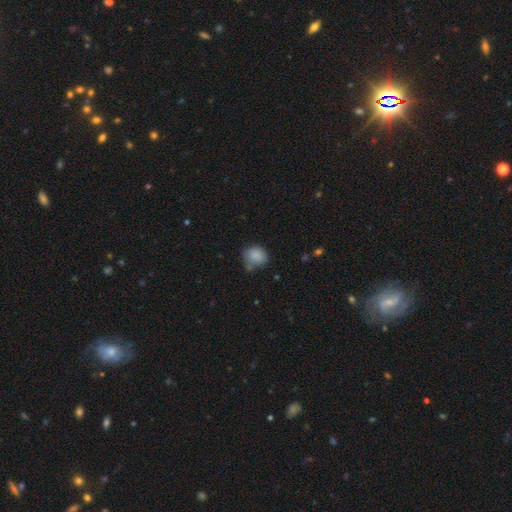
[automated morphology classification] Smooth or featured? Predicted: smooth (p=0.86). How rounded? Predicted: round (p=0.74). Merging? Predicted: none (p=0.61).